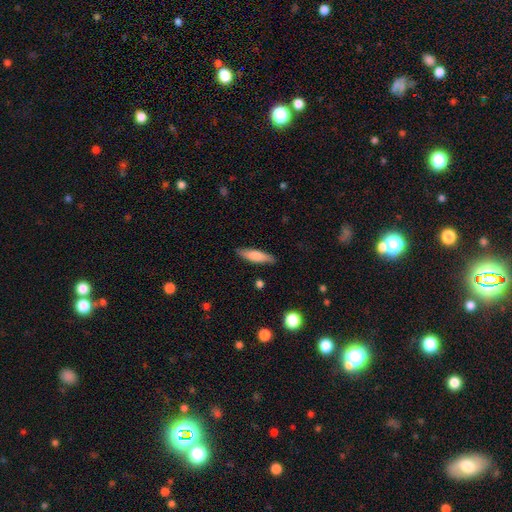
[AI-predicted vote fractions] smooth 76%, featured or disk 18%, star or artifact 6%. Down the decision tree: how rounded — cigar-shaped (68%); merging — none (87%).